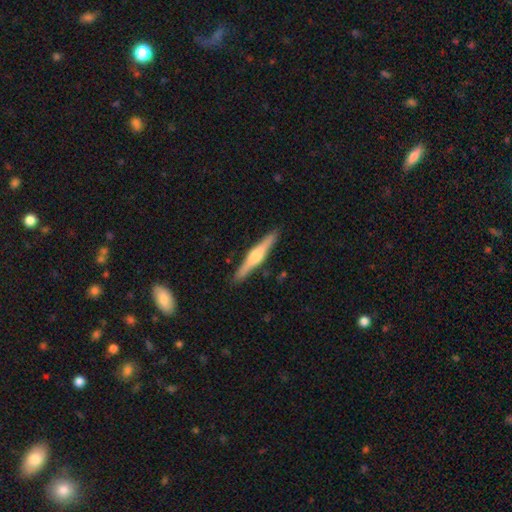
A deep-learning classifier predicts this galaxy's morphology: Smooth or featured: featured or disk — 70% (smooth — 25%)
Edge-on disk: yes — 98% (no — 2%)
Edge-on bulge: rounded — 87% (boxy — 9%)
Merging: none — 91% (minor disturbance — 7%)